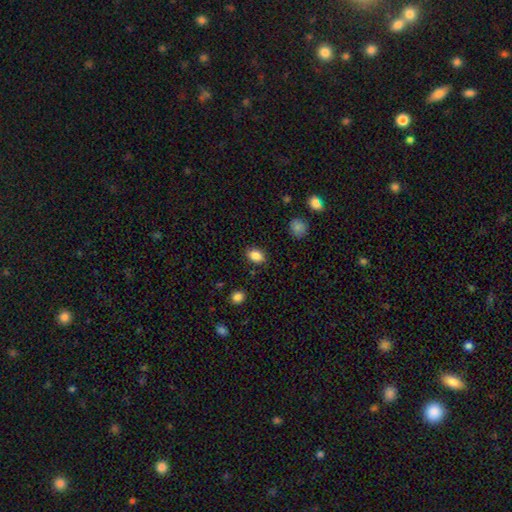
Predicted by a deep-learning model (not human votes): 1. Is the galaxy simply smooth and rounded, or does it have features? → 86% smooth, 9% star or artifact, 5% featured or disk.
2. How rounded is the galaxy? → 75% in between, 24% round, 1% cigar-shaped.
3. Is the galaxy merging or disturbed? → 86% none, 10% minor disturbance, 3% major disturbance, 2% merger.